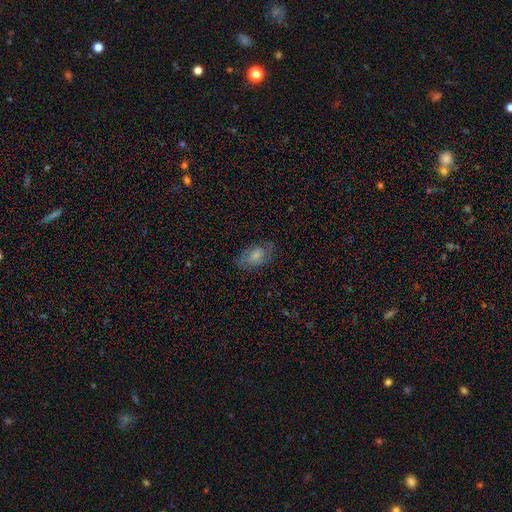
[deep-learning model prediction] This is possibly a smooth galaxy (48%). Merging: likely none (72%).